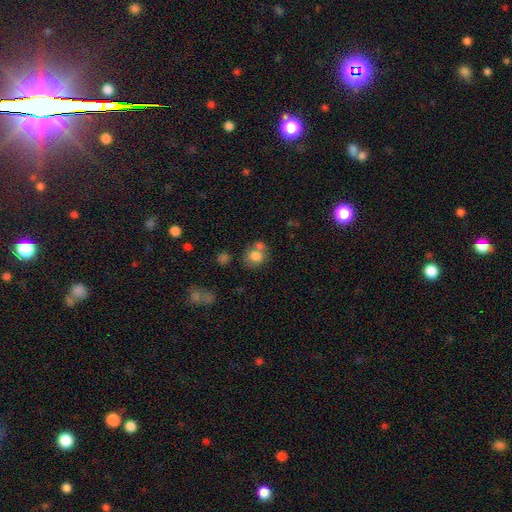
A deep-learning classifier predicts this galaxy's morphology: Overall: smooth (77%). How rounded: round (71%). Merging: none (49%; merger 33%).